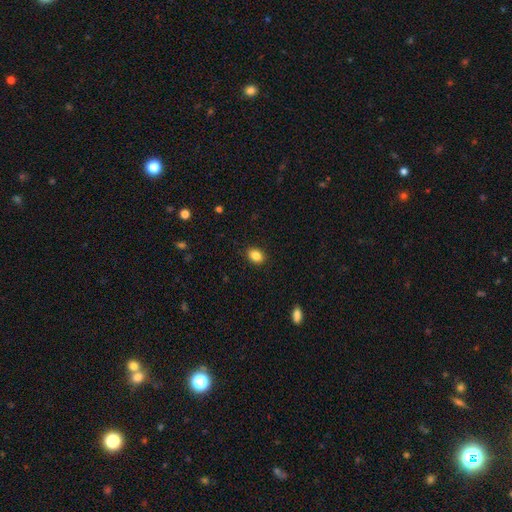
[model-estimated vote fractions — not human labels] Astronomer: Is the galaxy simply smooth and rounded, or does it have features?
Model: smooth — 86%.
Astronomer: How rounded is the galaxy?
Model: in between — 69%.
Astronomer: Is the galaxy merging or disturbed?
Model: none — 89%.